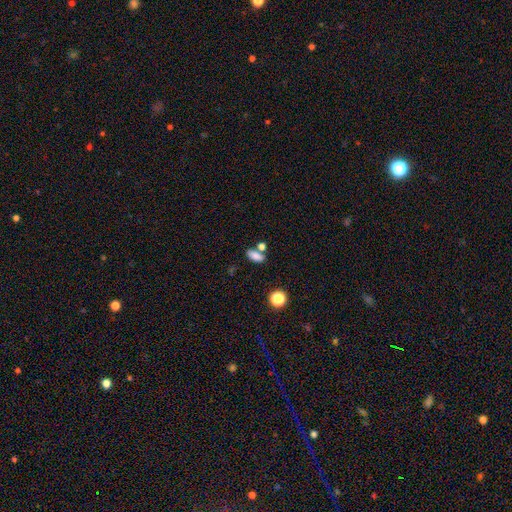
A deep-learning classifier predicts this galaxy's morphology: Smooth or featured? smooth (82%)
How rounded? in between (83%)
Merging? none (61%)